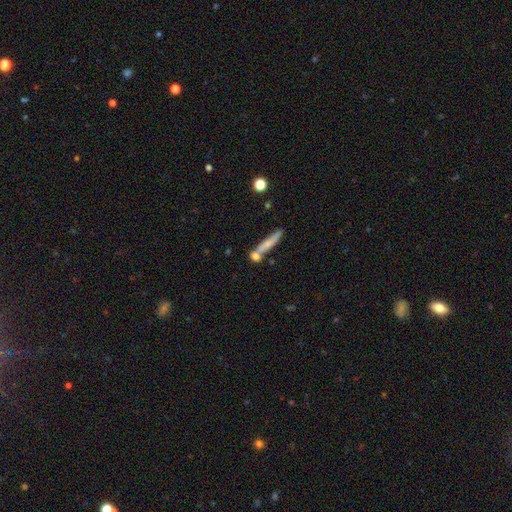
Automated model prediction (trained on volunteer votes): Q: Smooth or featured?
A: smooth (47%); runner-up: featured or disk (40%)
Q: Merging?
A: none (64%); runner-up: merger (17%)